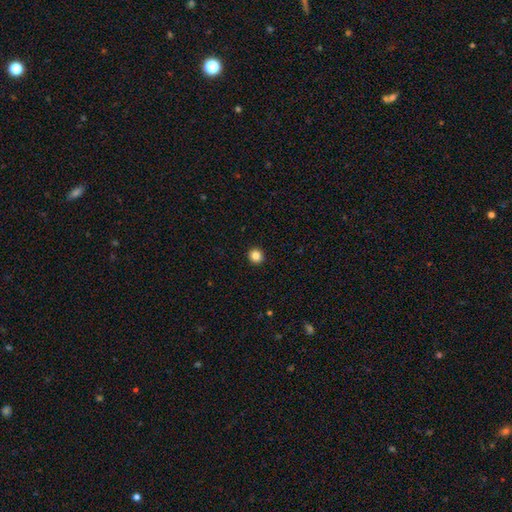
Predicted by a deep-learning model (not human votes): Smooth or featured? smooth (84%)
How rounded? round (91%)
Merging? none (93%)